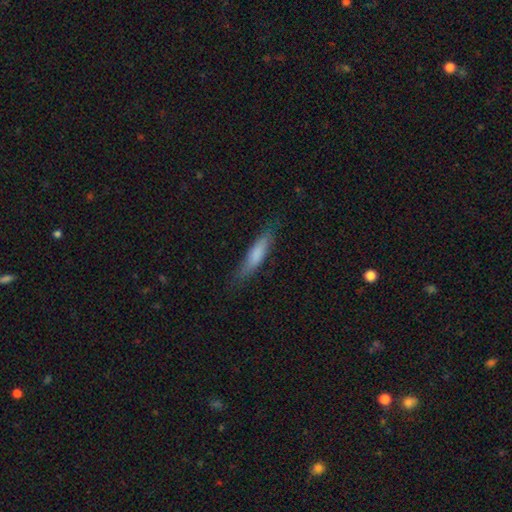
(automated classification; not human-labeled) Smooth or featured?
  - smooth: 73% *
  - featured or disk: 21%
  - star or artifact: 6%
How rounded?
  - cigar-shaped: 80% *
  - in between: 19%
  - round: 2%
Merging?
  - none: 77% *
  - minor disturbance: 18%
  - major disturbance: 4%
  - merger: 1%